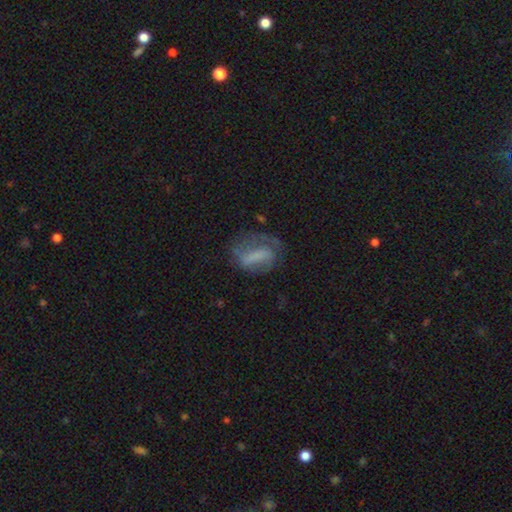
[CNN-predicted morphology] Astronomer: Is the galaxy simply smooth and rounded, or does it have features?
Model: featured or disk — 52% (runner-up: smooth, 37%).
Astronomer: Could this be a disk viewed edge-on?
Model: no — 93%.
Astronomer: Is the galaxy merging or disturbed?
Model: none — 43% (runner-up: major disturbance, 30%).